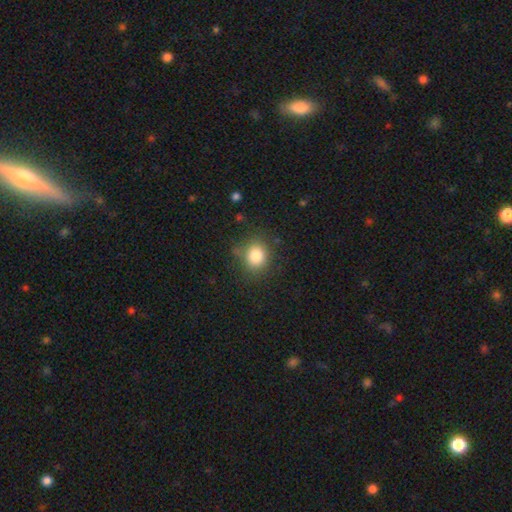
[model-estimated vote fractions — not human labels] smooth-or-featured: smooth: 82% | star or artifact: 11% | featured or disk: 7%
  how-rounded: round: 66% | in between: 34% | cigar-shaped: 1%
  merging: none: 77% | minor disturbance: 15% | major disturbance: 5% | merger: 2%